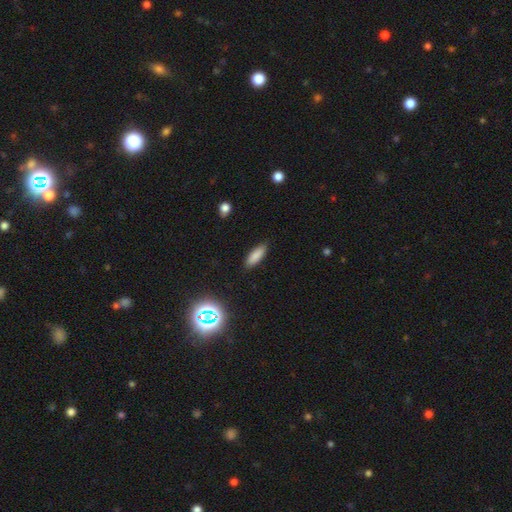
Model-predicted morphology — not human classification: smooth_or_featured: smooth (p=0.84) [alt: star or artifact p=0.09]
how_rounded: in between (p=0.57) [alt: cigar-shaped p=0.41]
merging: none (p=0.88) [alt: minor disturbance p=0.09]